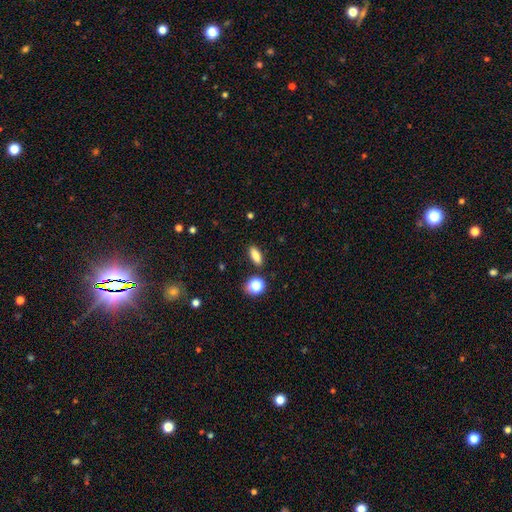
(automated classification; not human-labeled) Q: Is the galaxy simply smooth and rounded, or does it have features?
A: smooth — 83%.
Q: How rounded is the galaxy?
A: in between — 72%.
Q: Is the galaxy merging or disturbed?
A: none — 86%.